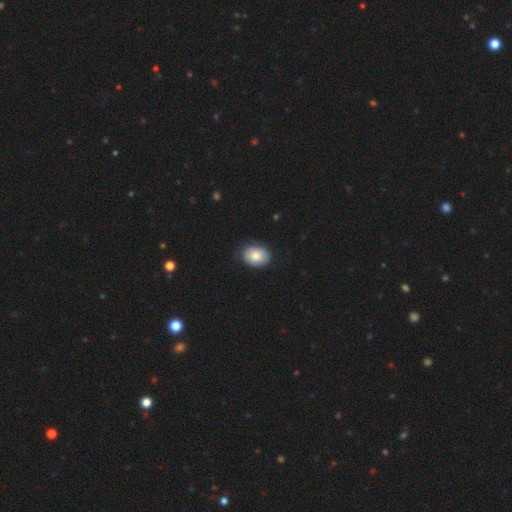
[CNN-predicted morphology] The model was most divided on "how rounded": in between: 68%, round: 31%, cigar-shaped: 1%. More confident: merging — none (81%); smooth or featured — smooth (81%).